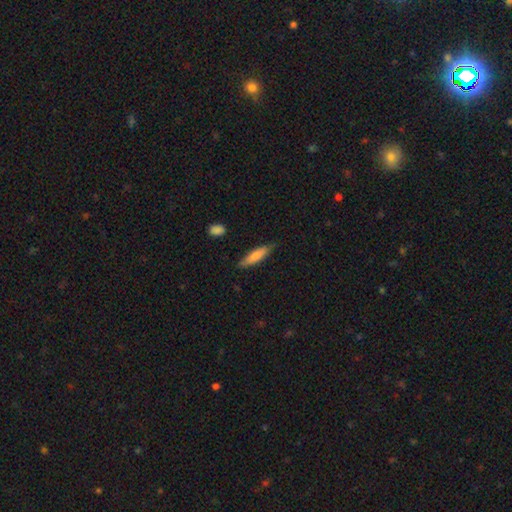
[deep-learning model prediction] The model was most divided on "how rounded": cigar-shaped: 75%, in between: 23%, round: 2%. More confident: merging — none (82%); smooth or featured — smooth (74%).